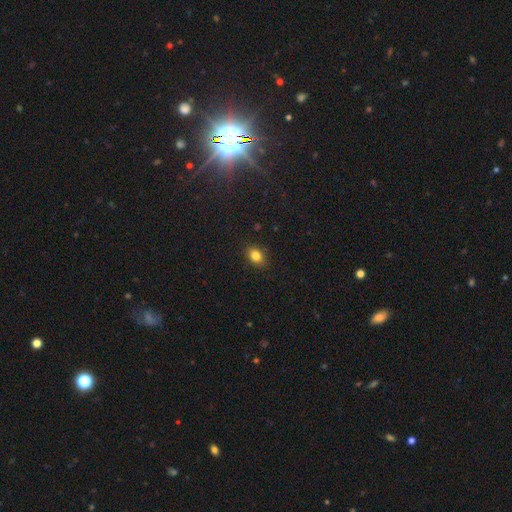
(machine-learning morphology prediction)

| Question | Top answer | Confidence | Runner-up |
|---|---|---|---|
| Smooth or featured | smooth | 83% | star or artifact (11%) |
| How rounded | in between | 69% | round (29%) |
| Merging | none | 87% | minor disturbance (10%) |